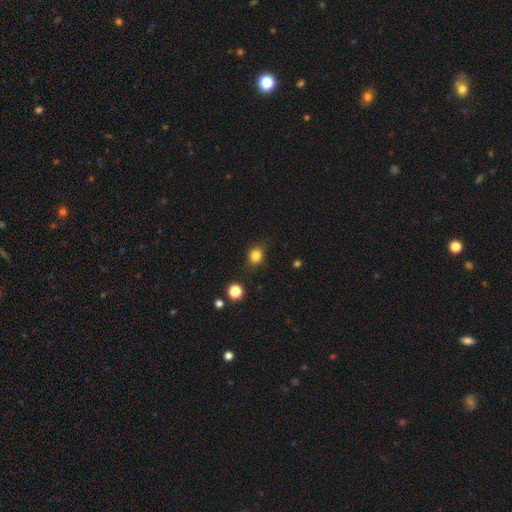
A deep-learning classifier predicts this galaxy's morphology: smooth_or_featured: smooth (p=0.82) [alt: star or artifact p=0.12]
how_rounded: round (p=0.68) [alt: in between p=0.31]
merging: none (p=0.81) [alt: minor disturbance p=0.14]